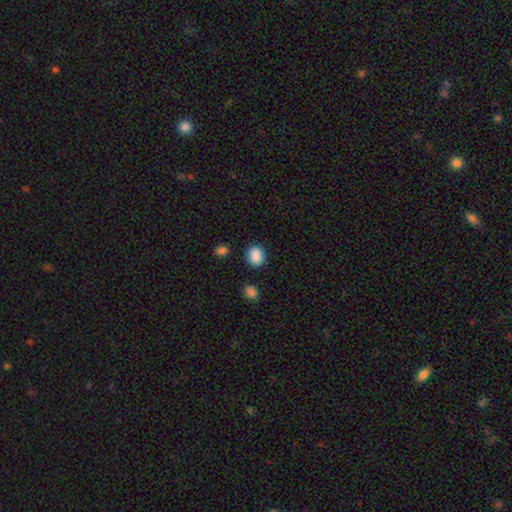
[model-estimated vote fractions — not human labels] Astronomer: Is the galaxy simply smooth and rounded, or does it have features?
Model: smooth — 88%.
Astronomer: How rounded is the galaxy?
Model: round — 53% (runner-up: in between, 46%).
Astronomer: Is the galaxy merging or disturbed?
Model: none — 85%.